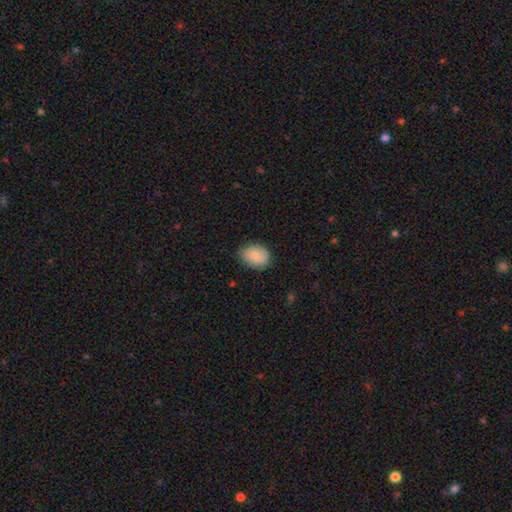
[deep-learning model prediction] Smooth or featured?
  - smooth: 85% *
  - featured or disk: 9%
  - star or artifact: 7%
How rounded?
  - in between: 73% *
  - round: 26%
  - cigar-shaped: 1%
Merging?
  - none: 76% *
  - minor disturbance: 20%
  - major disturbance: 4%
  - merger: 1%